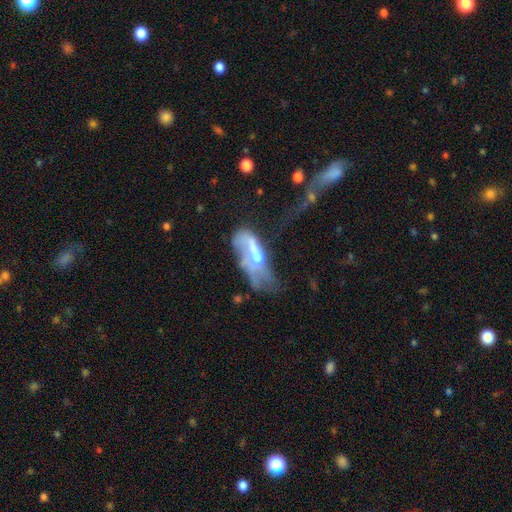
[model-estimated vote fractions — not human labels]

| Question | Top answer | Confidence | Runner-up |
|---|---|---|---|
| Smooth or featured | featured or disk | 55% | smooth (35%) |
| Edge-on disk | no | 83% | yes (17%) |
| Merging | major disturbance | 49% | minor disturbance (17%) |